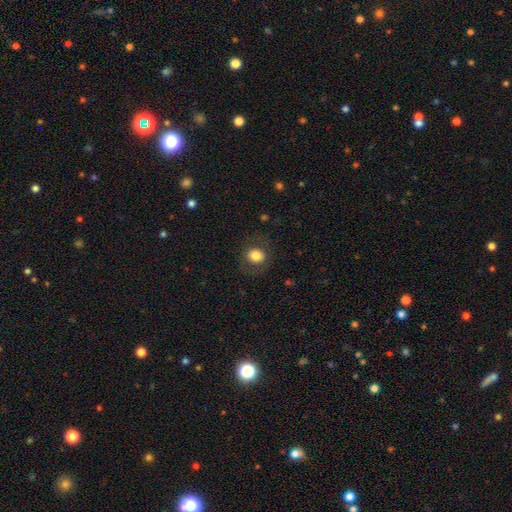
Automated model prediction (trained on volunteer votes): A smooth galaxy with no disk features (77%) that is round (76%).

Vote fractions:
- Smooth or featured? smooth: 77% / featured or disk: 14% / star or artifact: 9%
- How rounded? round: 76% / in between: 23% / cigar-shaped: 1%
- Merging? none: 83% / minor disturbance: 10% / major disturbance: 6% / merger: 1%